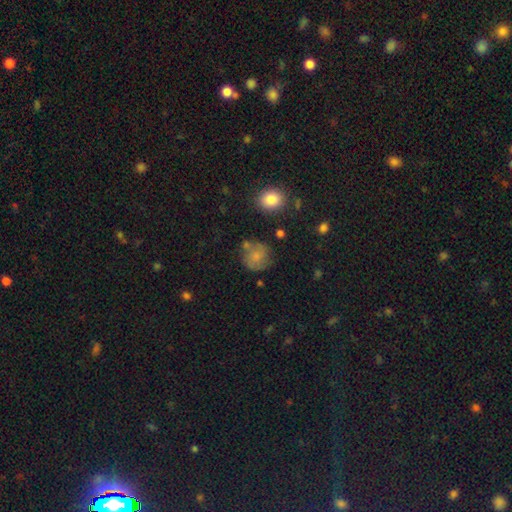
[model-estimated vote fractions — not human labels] Smooth or featured?
  - smooth: 63% *
  - featured or disk: 26%
  - star or artifact: 10%
How rounded?
  - round: 84% *
  - in between: 15%
  - cigar-shaped: 1%
Merging?
  - none: 64% *
  - minor disturbance: 21%
  - major disturbance: 8%
  - merger: 7%